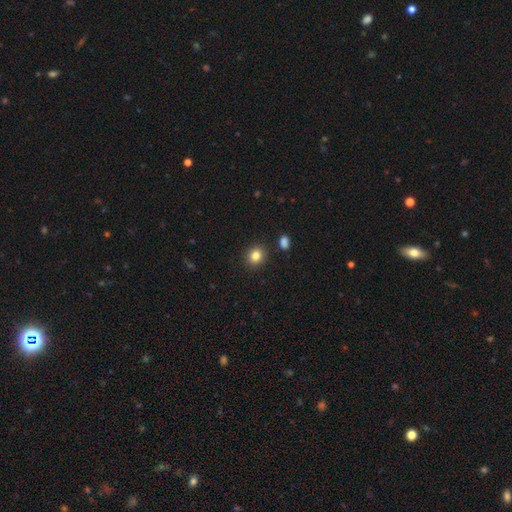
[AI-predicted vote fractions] Overall: smooth (84%). How rounded: round (75%). Merging: none (89%).